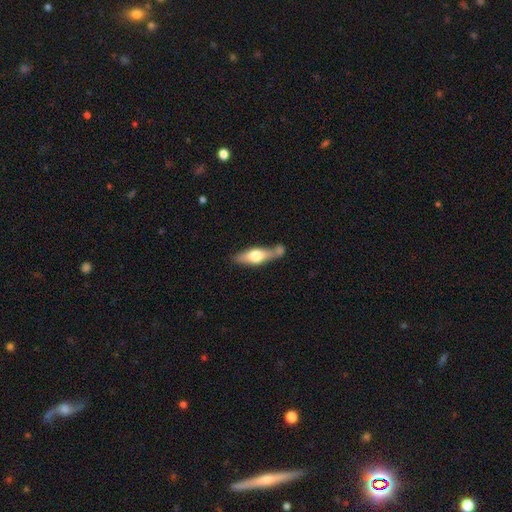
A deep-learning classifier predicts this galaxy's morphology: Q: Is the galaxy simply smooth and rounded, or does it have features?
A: smooth — 54%.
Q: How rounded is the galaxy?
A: in between — 50%.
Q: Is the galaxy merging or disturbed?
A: none — 48%.